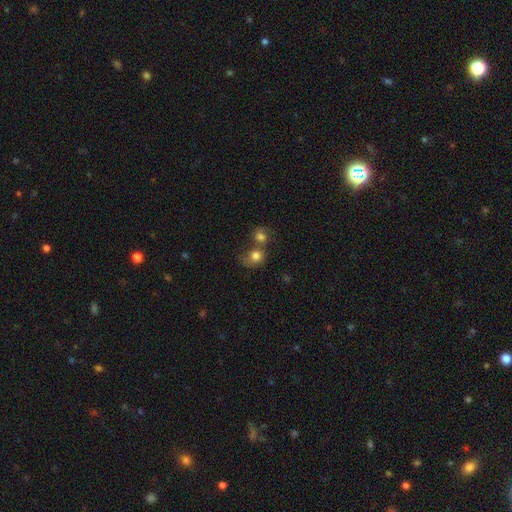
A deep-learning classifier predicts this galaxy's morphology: smooth_or_featured: smooth (p=0.79) [alt: featured or disk p=0.11]
how_rounded: round (p=0.72) [alt: in between p=0.27]
merging: merger (p=0.58) [alt: none p=0.25]